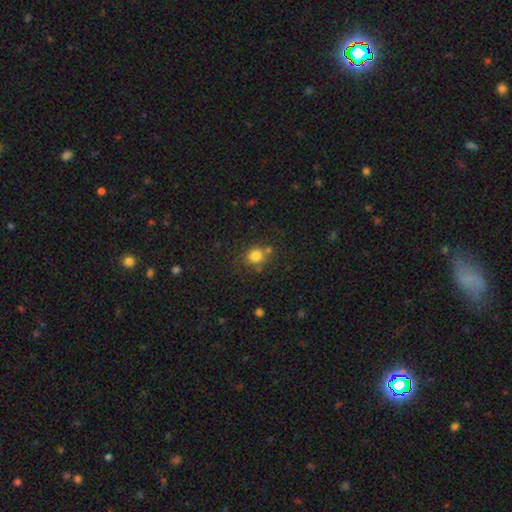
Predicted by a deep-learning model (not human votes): Overall: smooth (80%). How rounded: round (81%). Merging: none (67%).